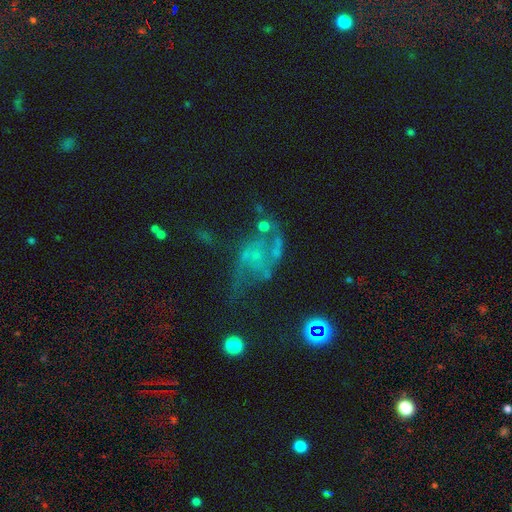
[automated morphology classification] Smooth or featured: featured or disk — 57% (star or artifact — 24%)
Edge-on disk: no — 96% (yes — 4%)
Bar: no — 75% (weak — 19%)
Spiral arms: yes — 57% (no — 43%)
Bulge size: none — 60% (small — 26%)
Merging: major disturbance — 38% (none — 34%)